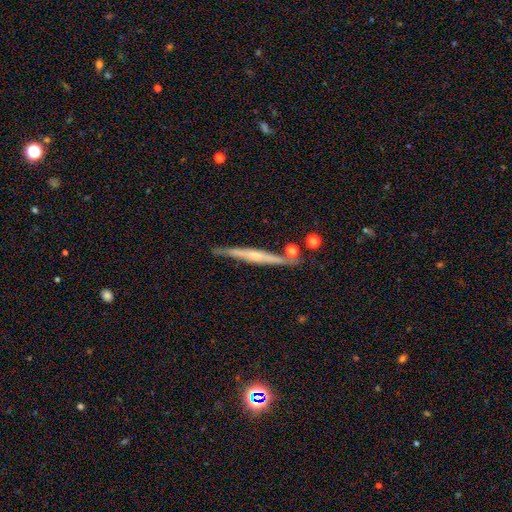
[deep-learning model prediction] Smooth or featured?
  - featured or disk: 71% *
  - smooth: 22%
  - star or artifact: 7%
Edge-on disk?
  - yes: 96% *
  - no: 4%
Edge-on bulge?
  - rounded: 63% *
  - none: 27%
  - boxy: 11%
Merging?
  - none: 81% *
  - minor disturbance: 12%
  - merger: 5%
  - major disturbance: 2%